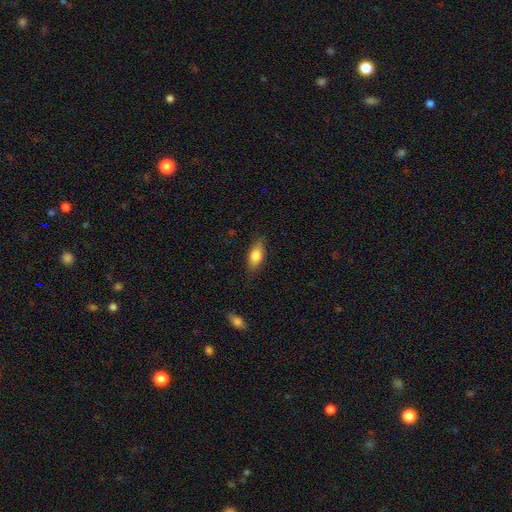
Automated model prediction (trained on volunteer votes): smooth-or-featured: smooth: 76% | featured or disk: 17% | star or artifact: 7%
  how-rounded: in between: 79% | cigar-shaped: 17% | round: 4%
  merging: none: 81% | minor disturbance: 15% | major disturbance: 3% | merger: 1%